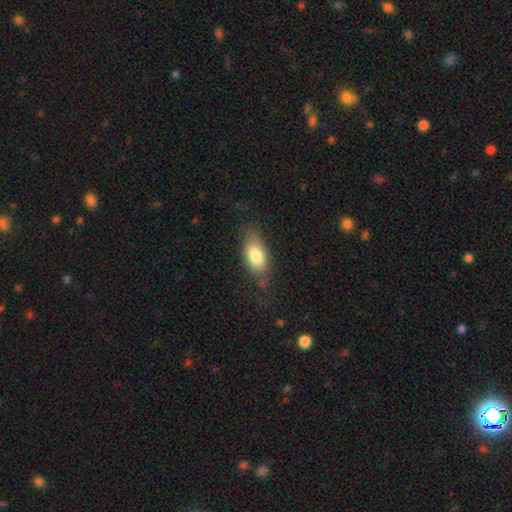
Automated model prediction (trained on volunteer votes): smooth 79%, featured or disk 14%, star or artifact 7%. Down the decision tree: how rounded — in between (88%); merging — none (66%).